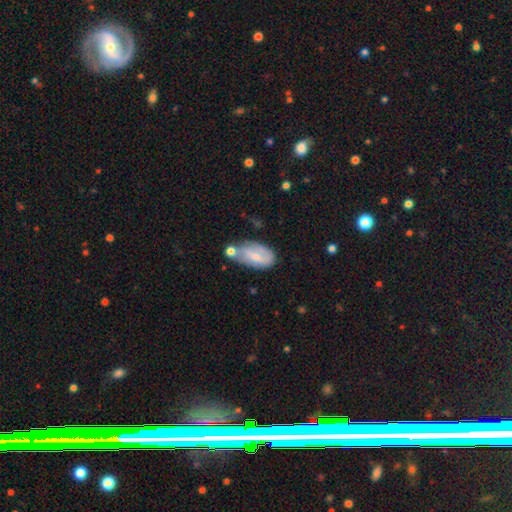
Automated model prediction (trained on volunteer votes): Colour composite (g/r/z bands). It shows a smooth galaxy with no disk features (51%) that is in between round and cigar-shaped (91%). Merging: none (40%).